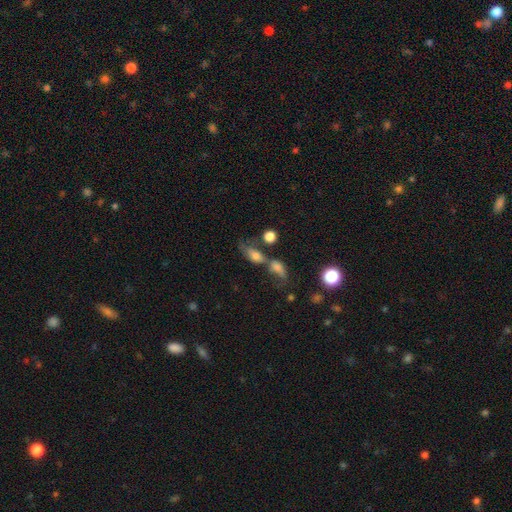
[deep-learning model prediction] The model was most divided on "merging": merger: 46%, none: 26%, minor disturbance: 14%, major disturbance: 14%. More confident: how rounded — in between (78%); smooth or featured — smooth (64%).